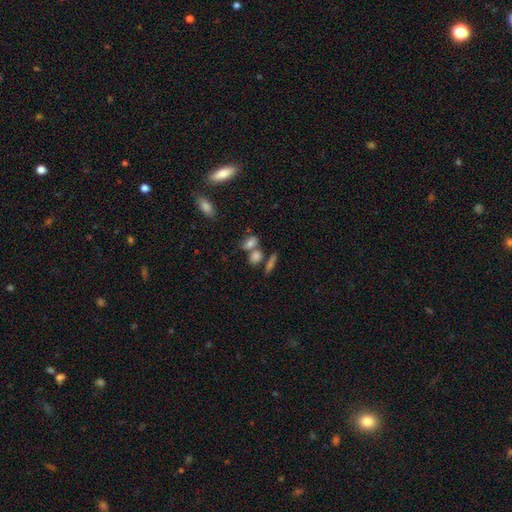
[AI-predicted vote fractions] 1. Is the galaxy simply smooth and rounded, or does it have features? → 72% smooth, 15% featured or disk, 13% star or artifact.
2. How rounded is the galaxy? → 68% in between, 20% round, 12% cigar-shaped.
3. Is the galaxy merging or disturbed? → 50% none, 33% merger, 12% minor disturbance, 5% major disturbance.